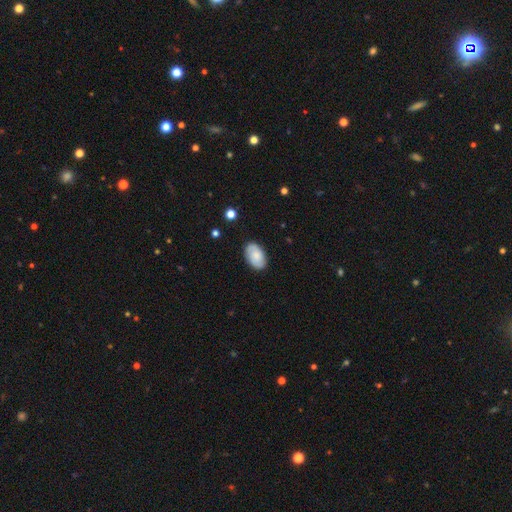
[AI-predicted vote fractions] The model was most divided on "smooth or featured": smooth: 69%, featured or disk: 23%, star or artifact: 7%. More confident: how rounded — in between (93%); merging — none (85%).